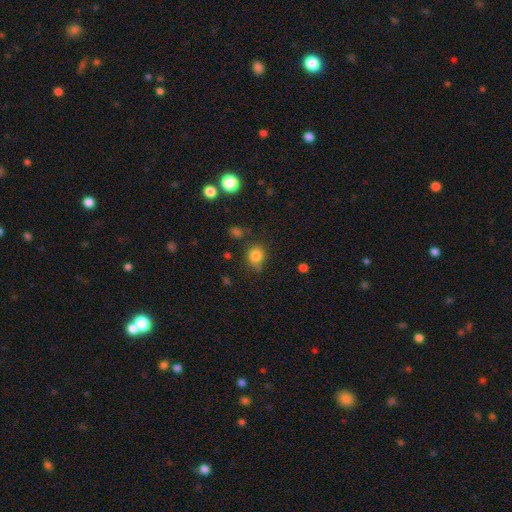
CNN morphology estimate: smooth_or_featured: smooth (p=0.82) [alt: star or artifact p=0.12]
how_rounded: round (p=0.77) [alt: in between p=0.22]
merging: none (p=0.70) [alt: minor disturbance p=0.20]